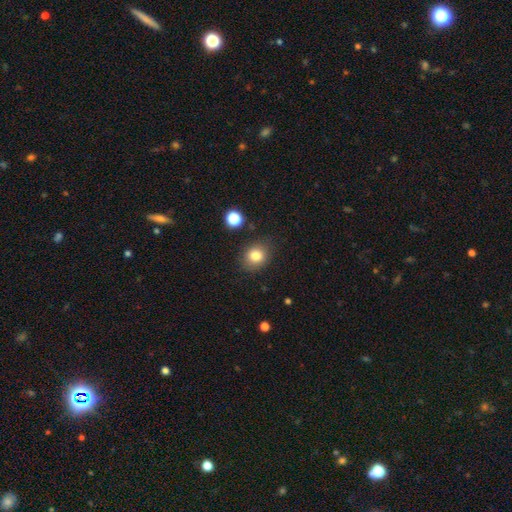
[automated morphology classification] Smooth or featured? Predicted: smooth (p=0.81). How rounded? Predicted: round (p=0.63). Merging? Predicted: none (p=0.83).